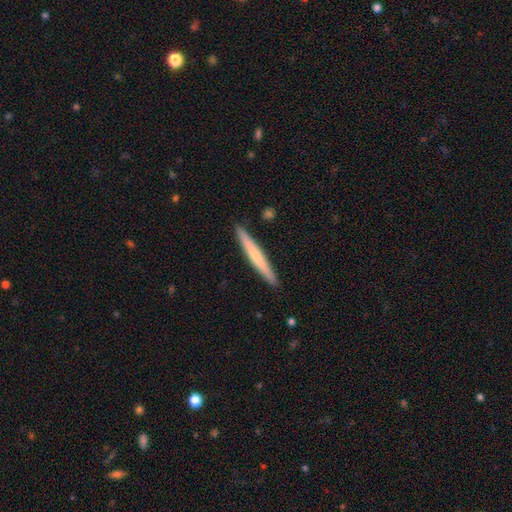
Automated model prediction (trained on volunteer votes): Q: Smooth or featured?
A: smooth (59%); runner-up: featured or disk (36%)
Q: How rounded?
A: cigar-shaped (97%); runner-up: in between (2%)
Q: Merging?
A: none (92%); runner-up: minor disturbance (6%)